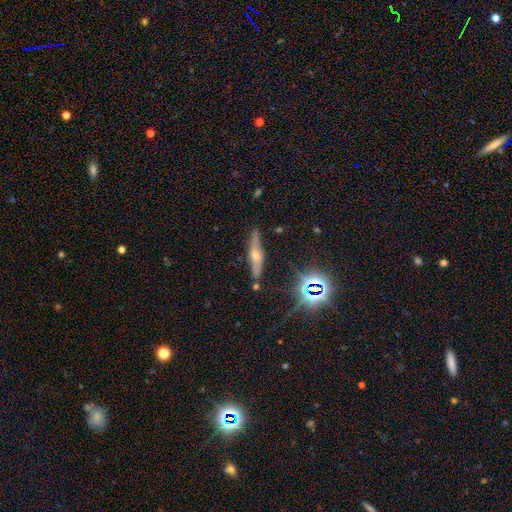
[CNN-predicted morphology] This appears to be a featured or disk galaxy (59%) viewed edge-on (90%) with a rounded central bulge (91%). Merging: none (83%).